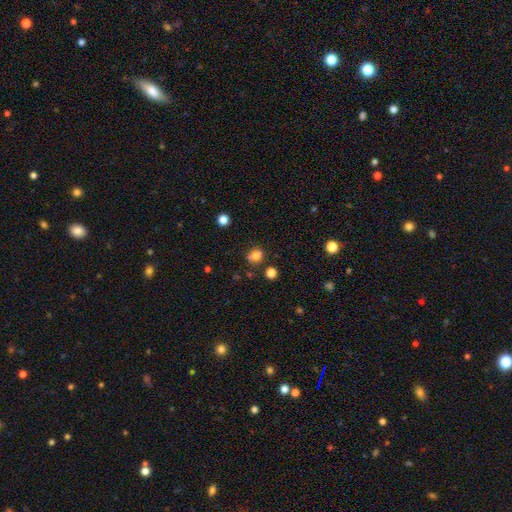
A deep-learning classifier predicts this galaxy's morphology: A smooth galaxy with no disk features (76%) that is round (68%).

Vote fractions:
- Smooth or featured? smooth: 76% / star or artifact: 15% / featured or disk: 9%
- How rounded? round: 68% / in between: 31% / cigar-shaped: 1%
- Merging? none: 60% / merger: 18% / minor disturbance: 16% / major disturbance: 5%